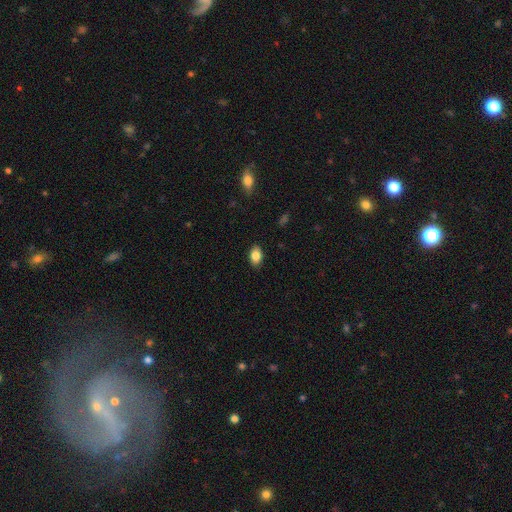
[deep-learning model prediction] Smooth or featured? smooth (86%)
How rounded? in between (87%)
Merging? none (88%)